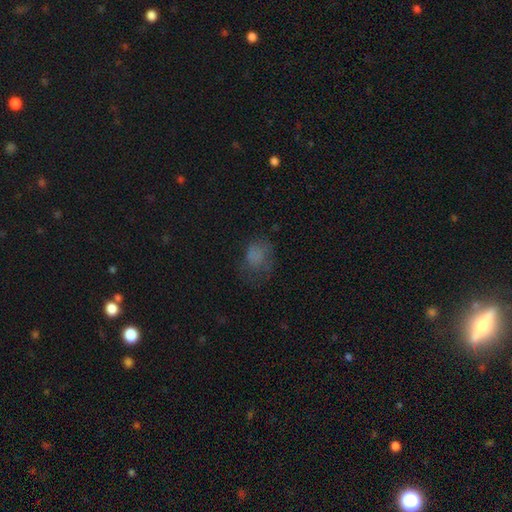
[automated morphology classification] smooth-or-featured: smooth: 66% | star or artifact: 17% | featured or disk: 17%
  how-rounded: in between: 51% | round: 48% | cigar-shaped: 1%
  merging: none: 46% | major disturbance: 27% | minor disturbance: 25% | merger: 2%